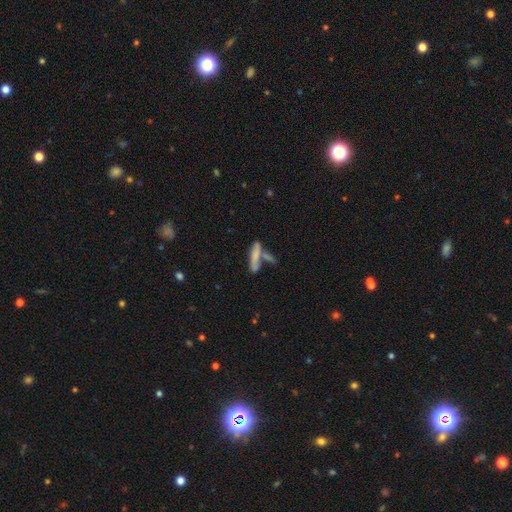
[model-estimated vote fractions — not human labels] Smooth or featured? smooth (70%)
How rounded? cigar-shaped (74%)
Merging? none (43%)